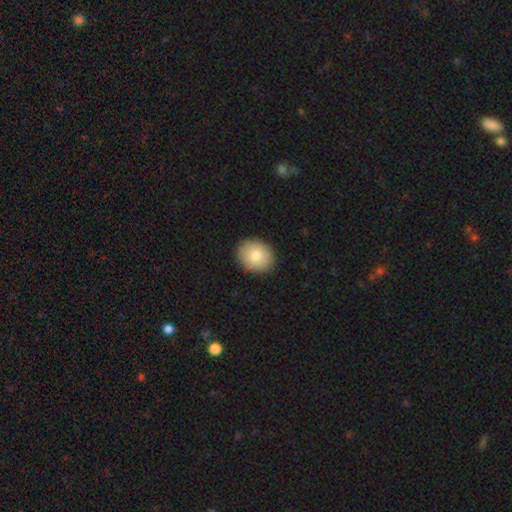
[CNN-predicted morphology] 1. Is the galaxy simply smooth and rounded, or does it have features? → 82% smooth, 11% featured or disk, 7% star or artifact.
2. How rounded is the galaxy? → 58% round, 42% in between, 1% cigar-shaped.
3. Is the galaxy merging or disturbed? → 90% none, 7% minor disturbance, 2% major disturbance, 1% merger.